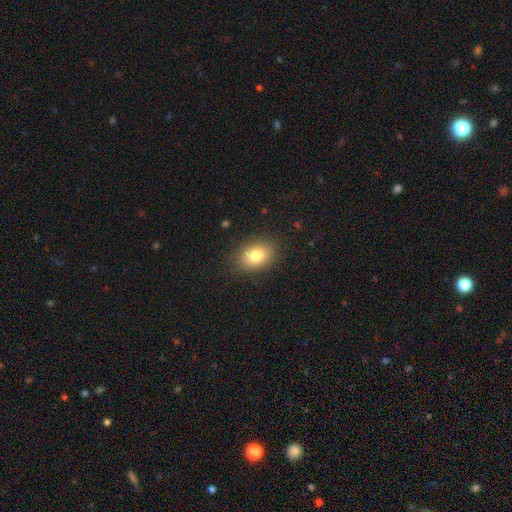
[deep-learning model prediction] smooth 80%, featured or disk 11%, star or artifact 10%. Down the decision tree: how rounded — in between (73%); merging — none (86%).